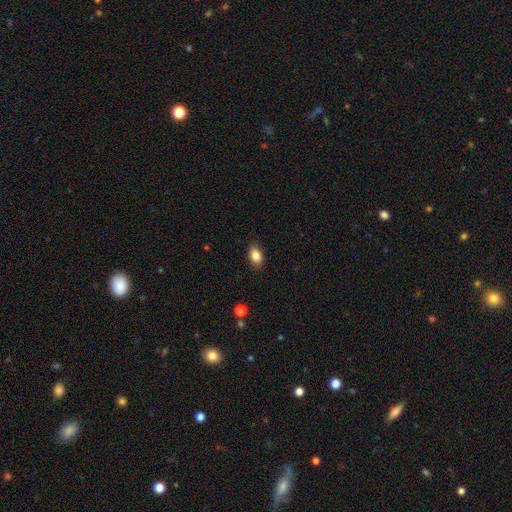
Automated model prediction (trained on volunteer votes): smooth 84%, star or artifact 9%, featured or disk 7%. Down the decision tree: how rounded — in between (85%); merging — none (87%).